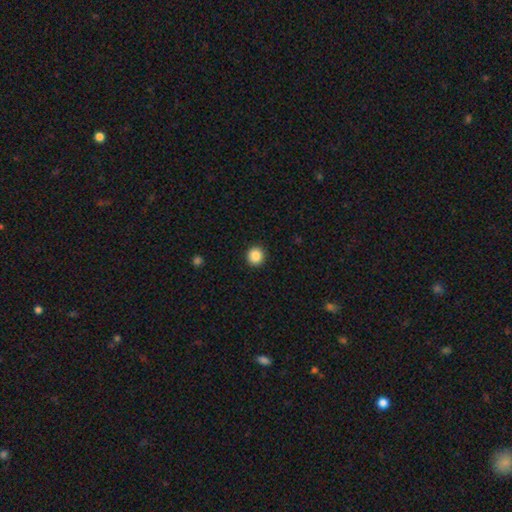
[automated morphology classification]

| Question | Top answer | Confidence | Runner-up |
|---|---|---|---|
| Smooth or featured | smooth | 87% | star or artifact (10%) |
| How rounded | round | 92% | in between (7%) |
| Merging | none | 92% | minor disturbance (5%) |